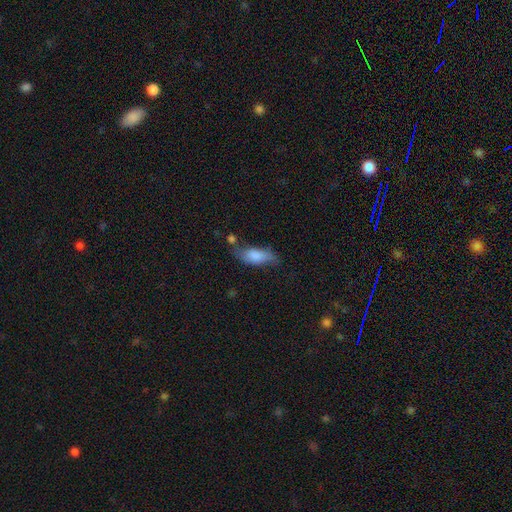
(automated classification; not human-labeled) Smooth or featured? smooth (73%)
How rounded? in between (77%)
Merging? none (44%)